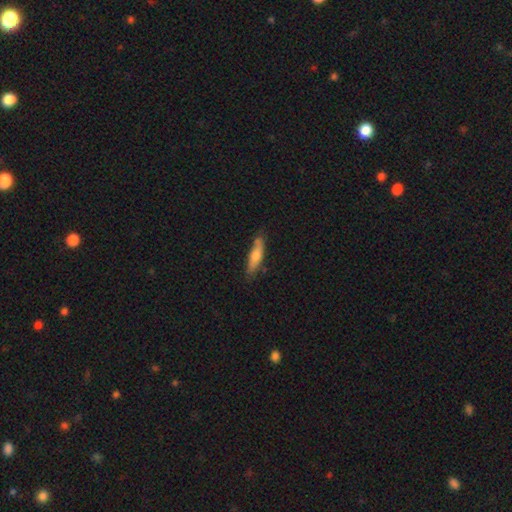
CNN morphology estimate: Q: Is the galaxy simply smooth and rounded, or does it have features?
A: smooth — 61%.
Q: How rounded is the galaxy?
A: cigar-shaped — 74%.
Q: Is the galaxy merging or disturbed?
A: none — 74%.